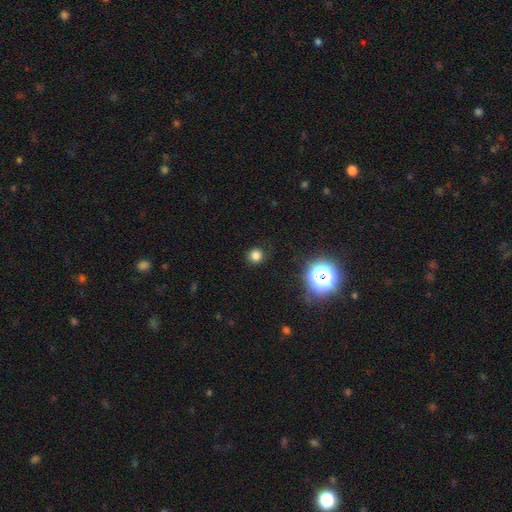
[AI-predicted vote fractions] Smooth or featured? smooth (78%)
How rounded? round (92%)
Merging? none (89%)